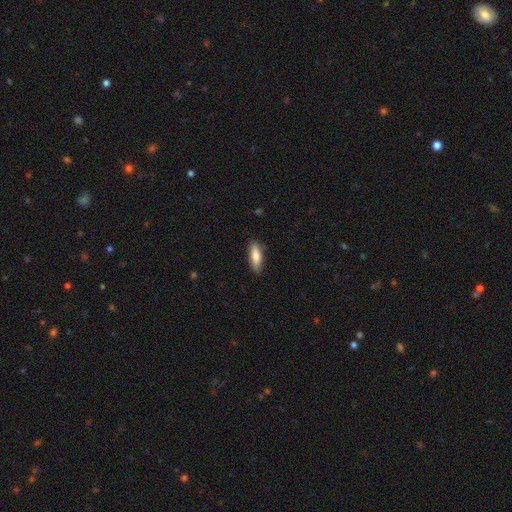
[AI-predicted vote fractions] The model was most divided on "how rounded": in between: 58%, cigar-shaped: 40%, round: 2%. More confident: merging — none (86%); smooth or featured — smooth (80%).